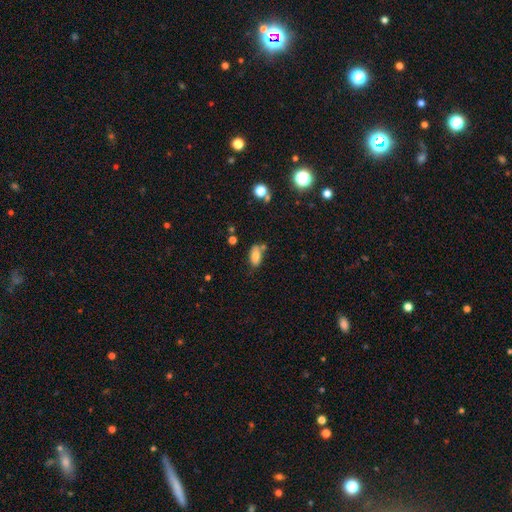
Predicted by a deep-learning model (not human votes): Smooth or featured?
  - smooth: 75% *
  - featured or disk: 16%
  - star or artifact: 9%
How rounded?
  - in between: 90% *
  - cigar-shaped: 5%
  - round: 5%
Merging?
  - none: 59% *
  - minor disturbance: 21%
  - merger: 14%
  - major disturbance: 6%